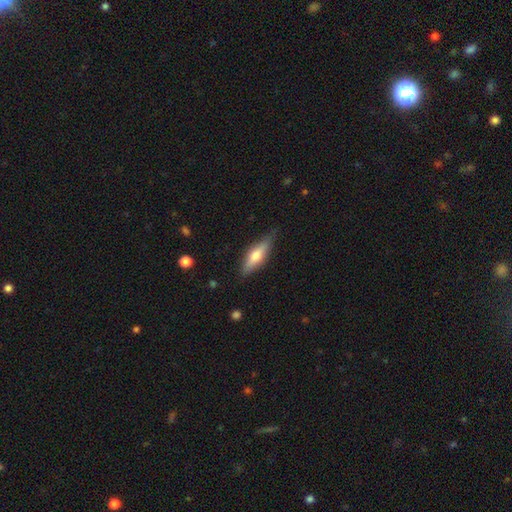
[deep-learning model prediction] Smooth or featured: smooth — 49% (featured or disk — 45%)
Merging: none — 82% (minor disturbance — 14%)